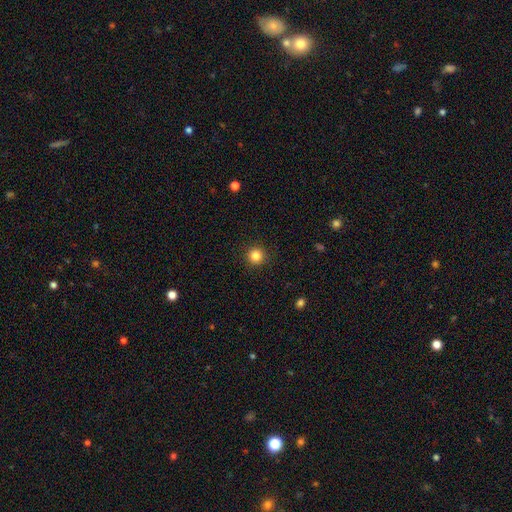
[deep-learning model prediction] A smooth galaxy with no disk features (84%) that is round (95%). Merging: none (92%).